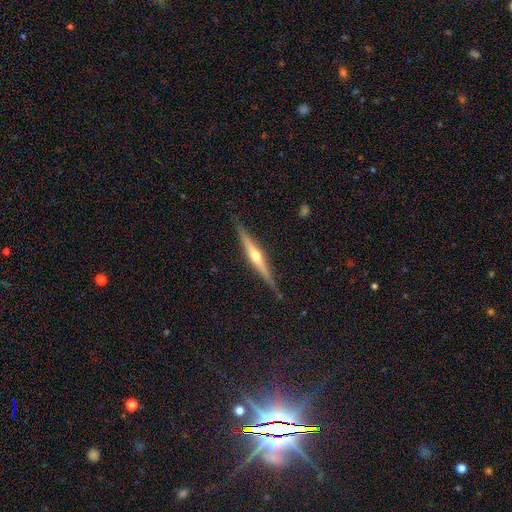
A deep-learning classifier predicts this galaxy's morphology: A featured or disk galaxy (77%) viewed edge-on (98%) with a rounded central bulge (89%). Merging: none (88%).